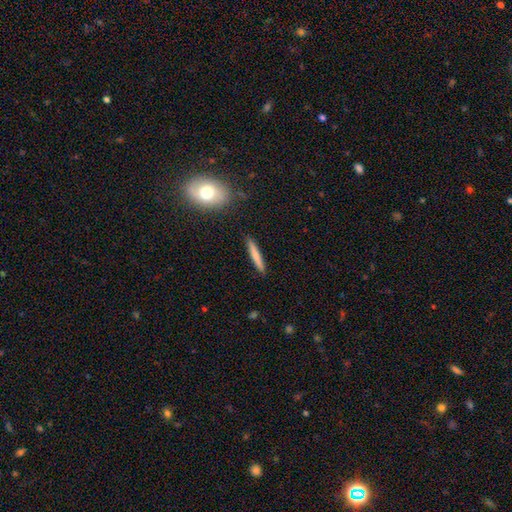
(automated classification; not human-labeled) The model was most divided on "smooth or featured": smooth: 72%, featured or disk: 22%, star or artifact: 7%. More confident: how rounded — cigar-shaped (95%); merging — none (90%).